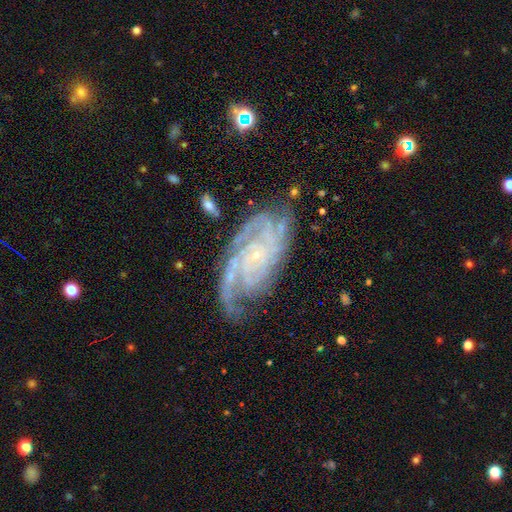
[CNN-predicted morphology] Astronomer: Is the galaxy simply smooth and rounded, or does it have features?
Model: featured or disk — 88%.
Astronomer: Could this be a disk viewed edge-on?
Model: no — 96%.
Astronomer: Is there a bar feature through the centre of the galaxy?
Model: no — 73%.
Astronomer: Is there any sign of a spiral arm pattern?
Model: yes — 98%.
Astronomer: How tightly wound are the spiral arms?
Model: tight — 69%.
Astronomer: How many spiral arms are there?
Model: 4 — 23% (runner-up: 3, 22%).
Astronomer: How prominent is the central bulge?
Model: small — 87%.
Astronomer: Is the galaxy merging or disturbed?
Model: none — 68%.